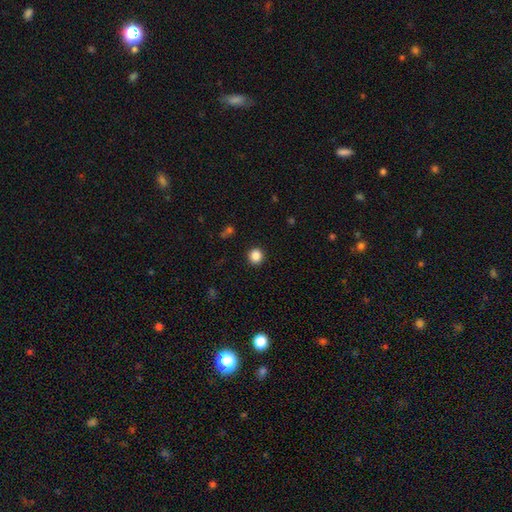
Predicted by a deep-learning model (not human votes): Smooth or featured? smooth (86%)
How rounded? round (92%)
Merging? none (92%)